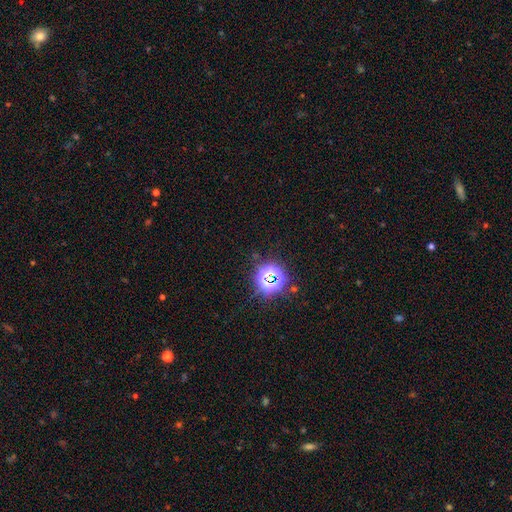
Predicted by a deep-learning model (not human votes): star or artifact 75%, smooth 17%, featured or disk 9%.